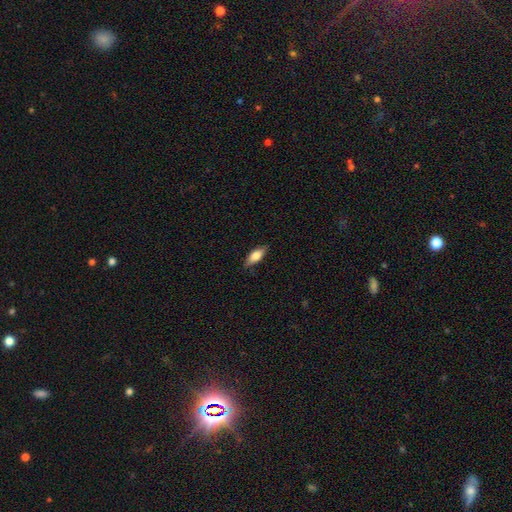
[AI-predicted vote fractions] Smooth or featured?
  - smooth: 74% *
  - featured or disk: 19%
  - star or artifact: 7%
How rounded?
  - in between: 76% *
  - cigar-shaped: 21%
  - round: 3%
Merging?
  - none: 81% *
  - minor disturbance: 15%
  - major disturbance: 3%
  - merger: 1%